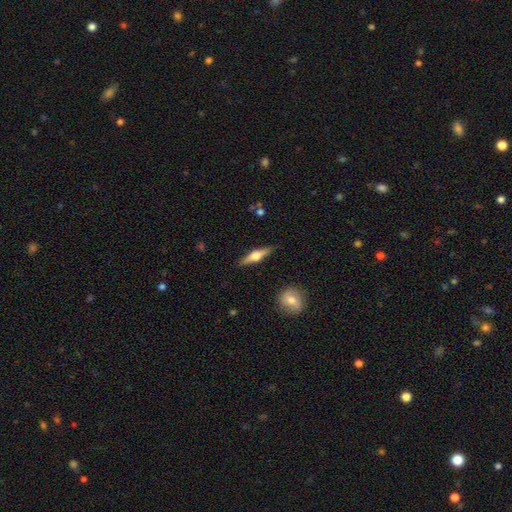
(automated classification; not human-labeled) Smooth or featured?
  - featured or disk: 63% *
  - smooth: 31%
  - star or artifact: 6%
Edge-on disk?
  - yes: 96% *
  - no: 4%
Edge-on bulge?
  - rounded: 93% *
  - boxy: 5%
  - none: 2%
Merging?
  - none: 88% *
  - minor disturbance: 8%
  - major disturbance: 2%
  - merger: 2%